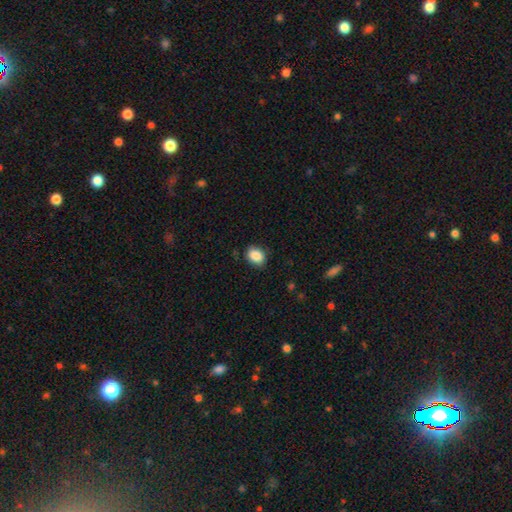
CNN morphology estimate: Smooth or featured? Predicted: smooth (p=0.88). How rounded? Predicted: in between (p=0.67). Merging? Predicted: none (p=0.85).